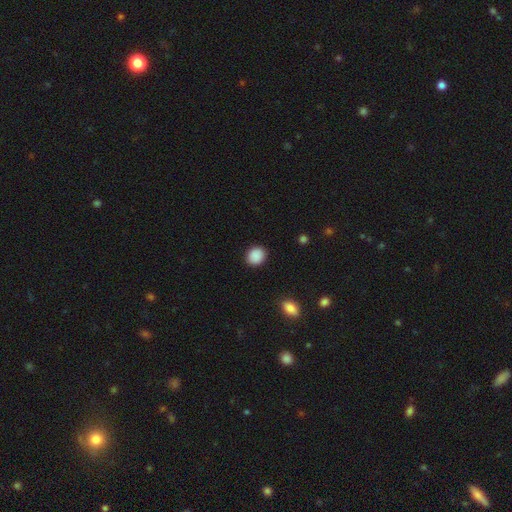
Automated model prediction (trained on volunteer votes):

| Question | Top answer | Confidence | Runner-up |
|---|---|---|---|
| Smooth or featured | smooth | 89% | star or artifact (8%) |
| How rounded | round | 68% | in between (31%) |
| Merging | none | 90% | minor disturbance (7%) |